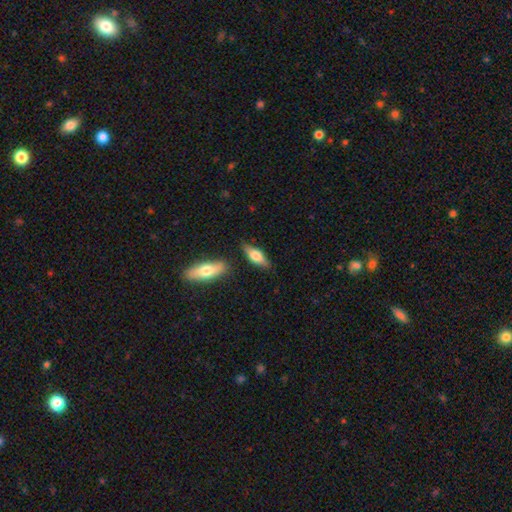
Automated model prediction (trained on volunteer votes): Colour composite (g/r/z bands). It shows a smooth galaxy with no disk features (65%) that is in between round and cigar-shaped (67%). Merging: none (77%).